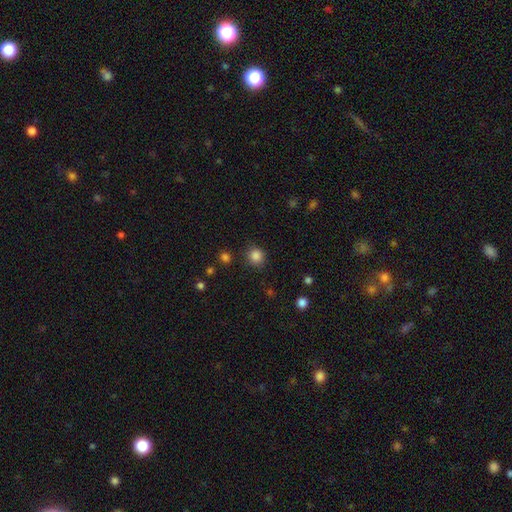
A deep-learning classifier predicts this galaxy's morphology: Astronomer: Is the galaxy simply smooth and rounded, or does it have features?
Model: smooth — 85%.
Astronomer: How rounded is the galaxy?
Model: round — 85%.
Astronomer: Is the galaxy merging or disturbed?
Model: none — 85%.